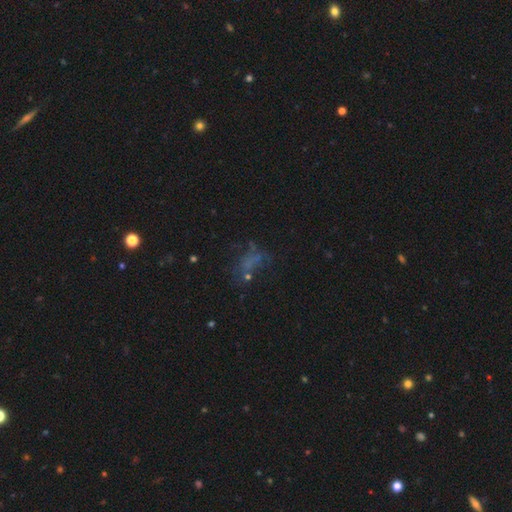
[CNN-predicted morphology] type=star or artifact (43%).